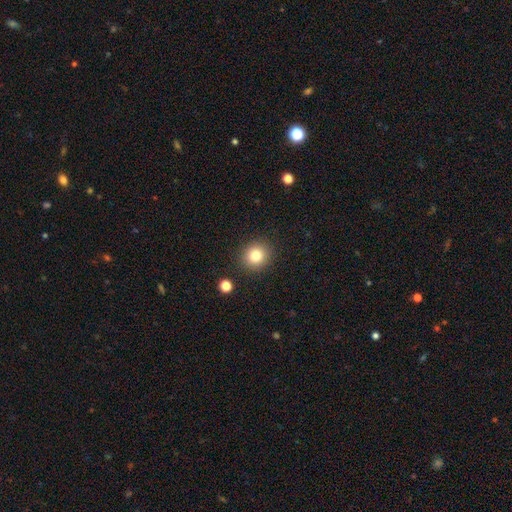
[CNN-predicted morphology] Smooth or featured? Predicted: smooth (p=0.82). How rounded? Predicted: round (p=0.84). Merging? Predicted: none (p=0.89).